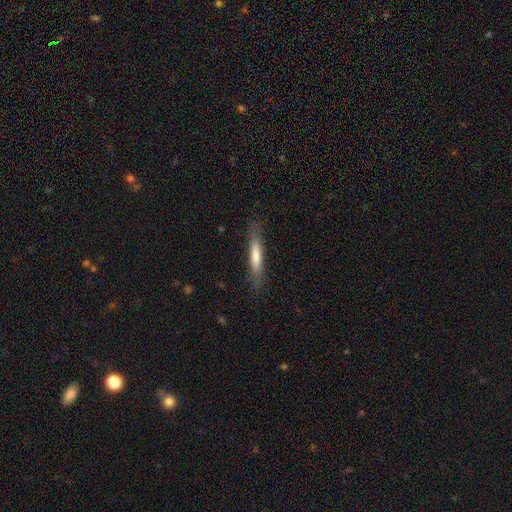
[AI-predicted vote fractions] A smooth galaxy with no disk features (61%) that is cigar-shaped (92%).

Vote fractions:
- Smooth or featured? smooth: 61% / featured or disk: 32% / star or artifact: 6%
- How rounded? cigar-shaped: 92% / in between: 7% / round: 1%
- Merging? none: 85% / minor disturbance: 11% / major disturbance: 3% / merger: 1%